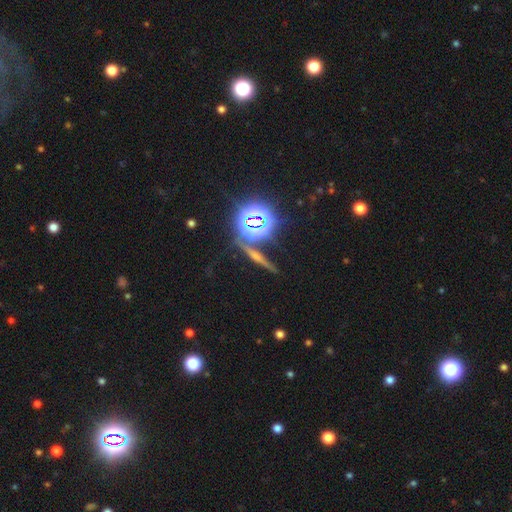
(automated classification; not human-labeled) The model was most divided on "smooth or featured": star or artifact: 37%, featured or disk: 36%, smooth: 28%.